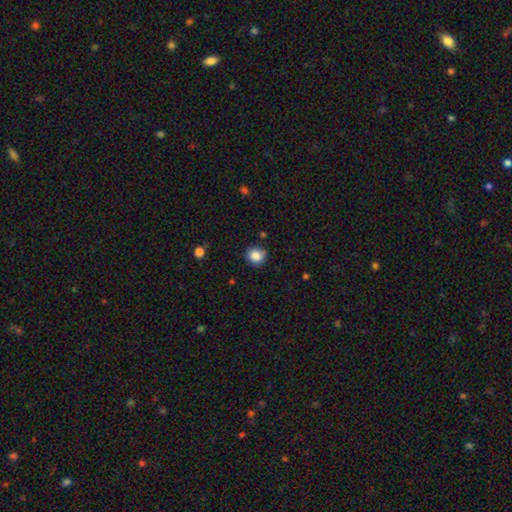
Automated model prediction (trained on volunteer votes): Overall: smooth (86%). How rounded: round (84%). Merging: none (82%).